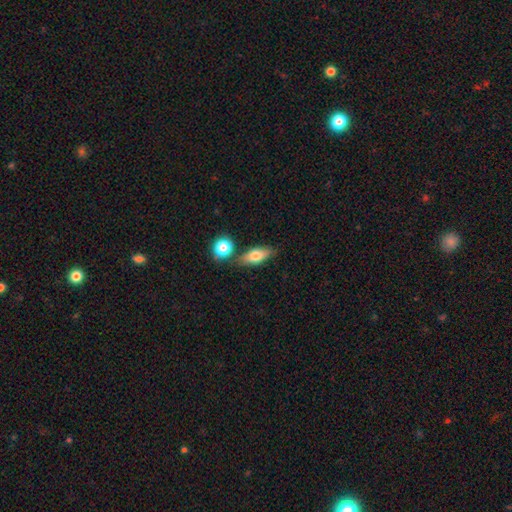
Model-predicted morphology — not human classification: type=smooth (70%); roundness=in between (70%); merging=none (71%).